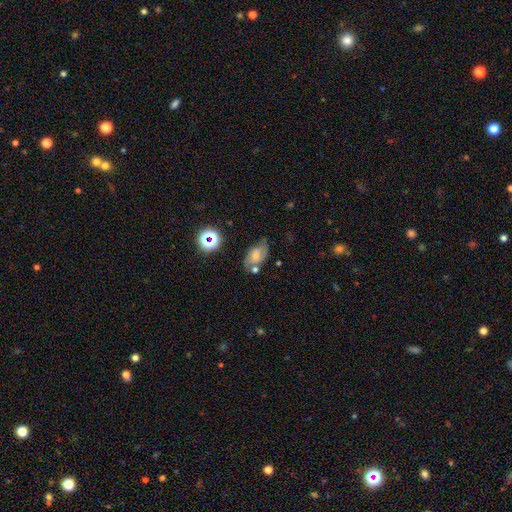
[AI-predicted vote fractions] A featured or disk galaxy (52%).

Vote fractions:
- Smooth or featured? featured or disk: 52% / smooth: 33% / star or artifact: 16%
- Edge-on disk? no: 93% / yes: 7%
- Merging? none: 63% / minor disturbance: 21% / merger: 8% / major disturbance: 8%